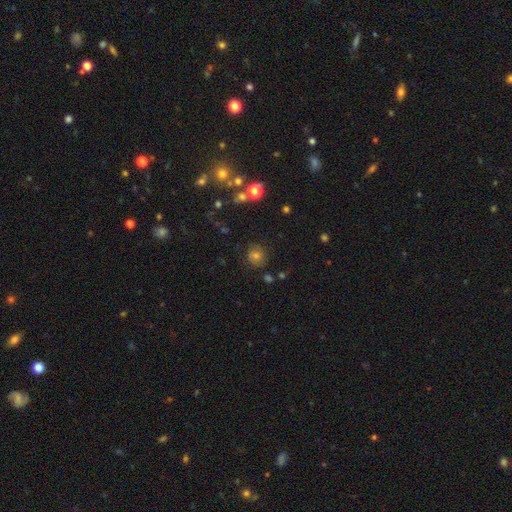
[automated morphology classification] The model was most divided on "smooth or featured": smooth: 58%, star or artifact: 22%, featured or disk: 20%. More confident: how rounded — round (81%); merging — none (76%).